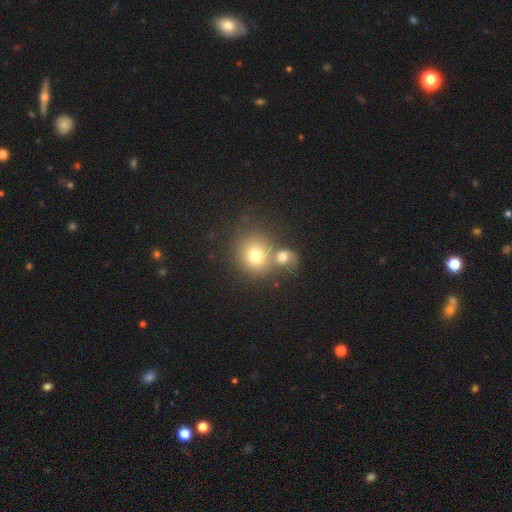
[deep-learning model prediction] This appears to be a smooth galaxy with no disk features (72%) that is round (83%). Merging: merger (46%).